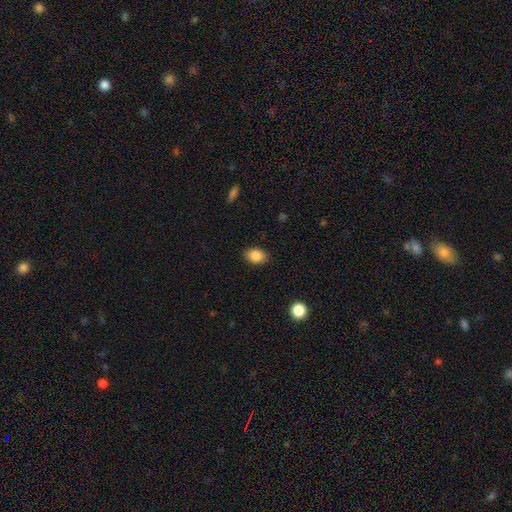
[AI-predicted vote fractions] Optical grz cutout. It shows a smooth galaxy with no disk features (86%) that is in between round and cigar-shaped (72%). Merging: none (86%).